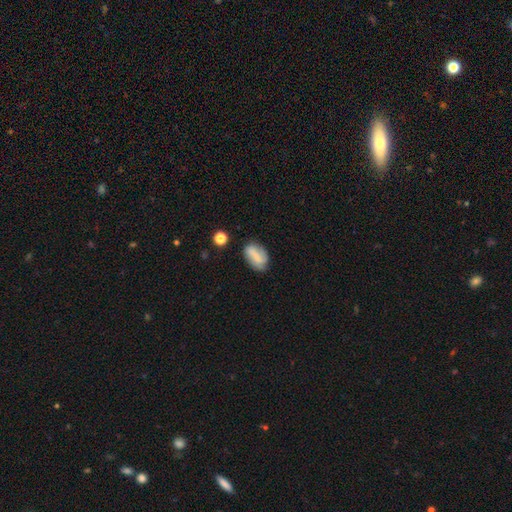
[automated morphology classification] This is possibly a smooth galaxy (57%). How rounded: clearly in between (87%). Merging: likely none (65%).